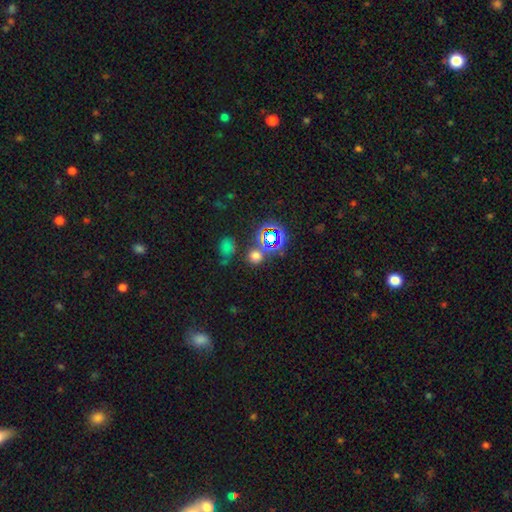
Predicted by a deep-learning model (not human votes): Morphology: type=smooth (57%); roundness=round (81%); merging=none (73%).